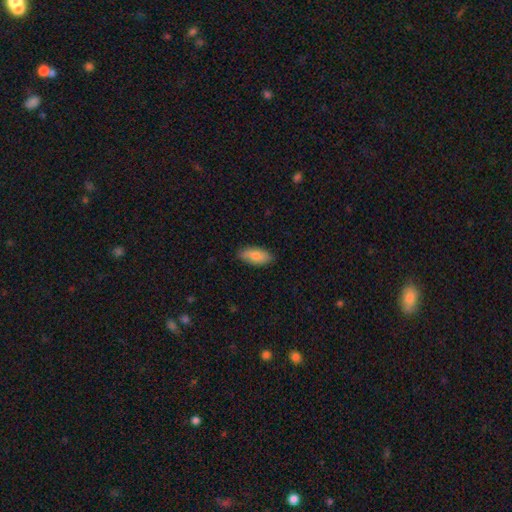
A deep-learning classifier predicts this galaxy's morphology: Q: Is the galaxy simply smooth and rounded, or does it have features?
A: smooth — 81%.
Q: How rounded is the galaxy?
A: in between — 88%.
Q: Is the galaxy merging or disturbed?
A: none — 85%.